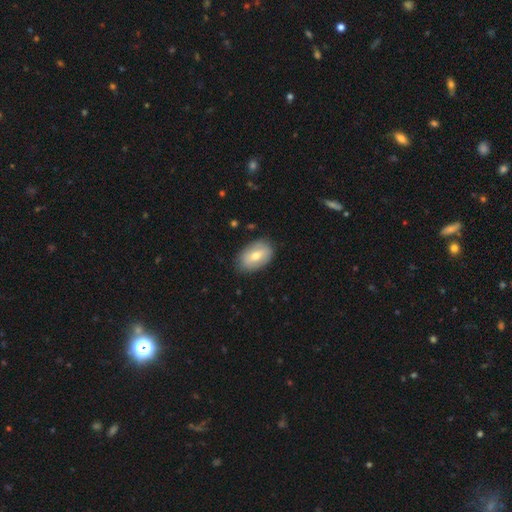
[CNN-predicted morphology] This appears to be a smooth galaxy with no disk features (61%) that is in between round and cigar-shaped (89%). Merging: none (81%).